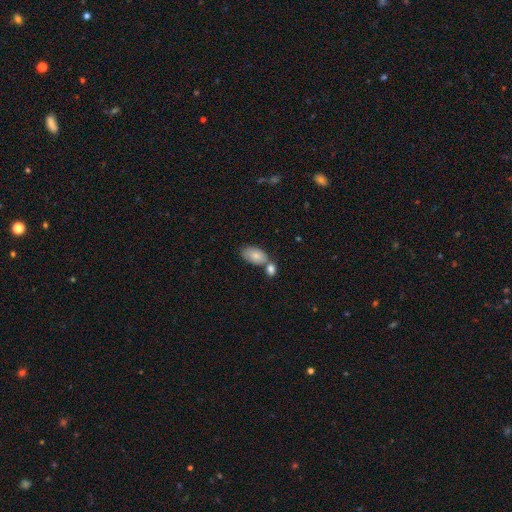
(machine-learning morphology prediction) Overall: smooth (82%). How rounded: in between (93%). Merging: merger (42%; none 41%).